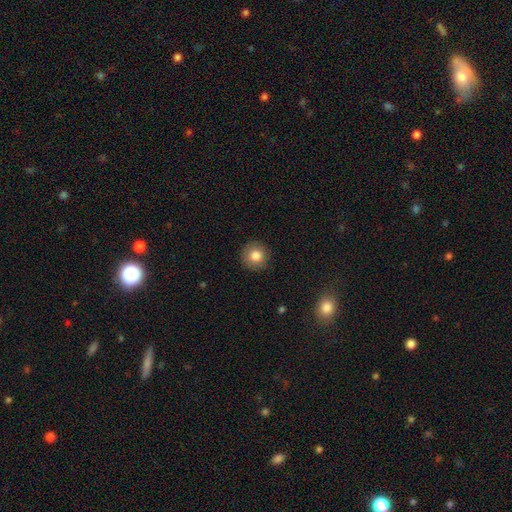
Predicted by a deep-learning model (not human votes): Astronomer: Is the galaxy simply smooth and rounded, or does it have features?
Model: smooth — 82%.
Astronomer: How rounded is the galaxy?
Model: round — 94%.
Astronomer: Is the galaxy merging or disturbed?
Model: none — 88%.